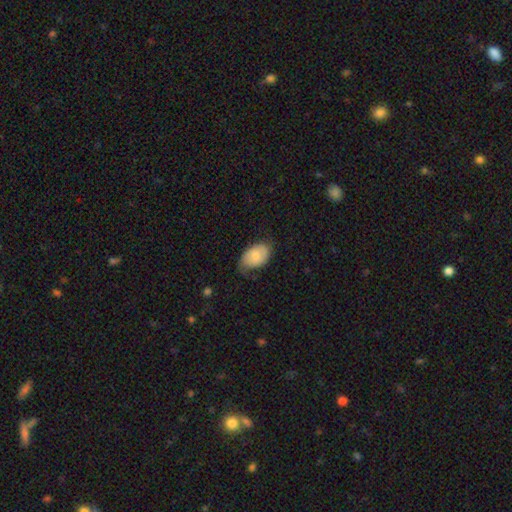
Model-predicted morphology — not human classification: type=smooth (68%); roundness=in between (90%); merging=none (58%).